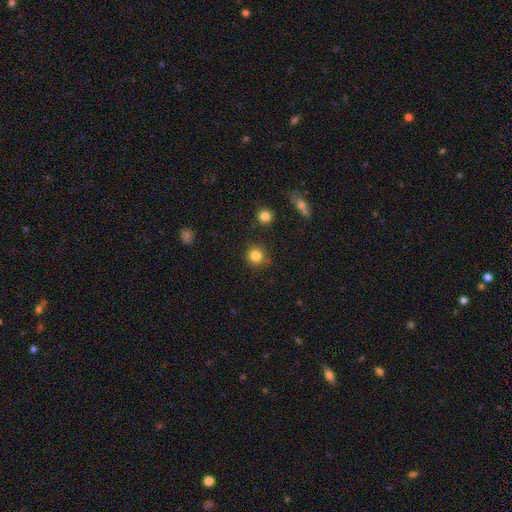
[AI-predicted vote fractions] The model was most divided on "smooth or featured": smooth: 84%, star or artifact: 11%, featured or disk: 5%. More confident: how rounded — round (92%); merging — none (85%).